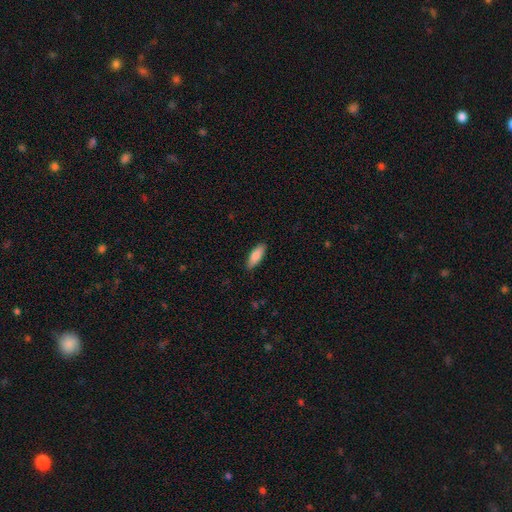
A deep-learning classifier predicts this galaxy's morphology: Q: Smooth or featured?
A: smooth (84%); runner-up: featured or disk (10%)
Q: How rounded?
A: in between (60%); runner-up: cigar-shaped (38%)
Q: Merging?
A: none (88%); runner-up: minor disturbance (9%)